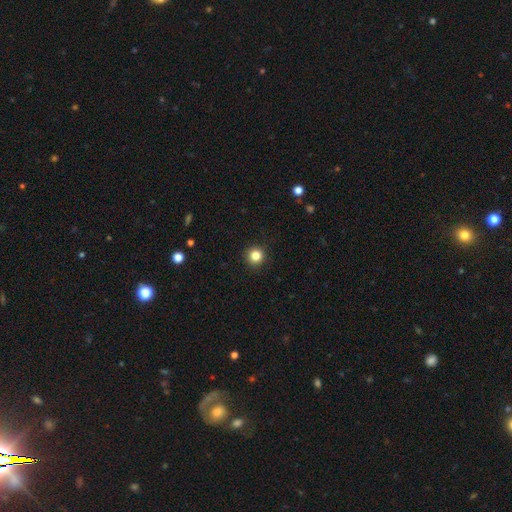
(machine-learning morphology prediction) A smooth galaxy with no disk features (84%) that is round (95%).

Vote fractions:
- Smooth or featured? smooth: 84% / star or artifact: 12% / featured or disk: 5%
- How rounded? round: 95% / in between: 4% / cigar-shaped: 1%
- Merging? none: 93% / minor disturbance: 5% / major disturbance: 2% / merger: 1%